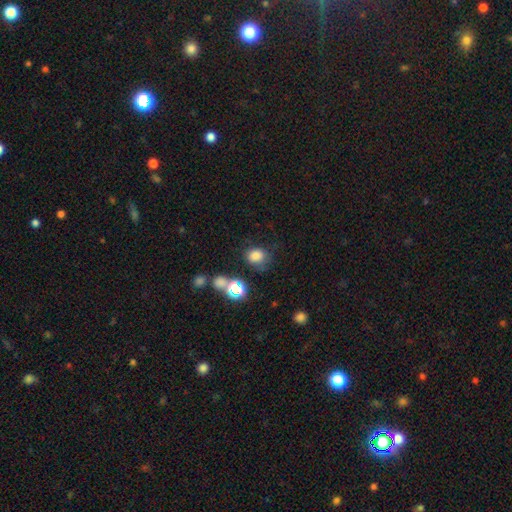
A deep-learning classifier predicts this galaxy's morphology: This appears to be a smooth galaxy with no disk features (76%) that is round (61%). Merging: none (63%).